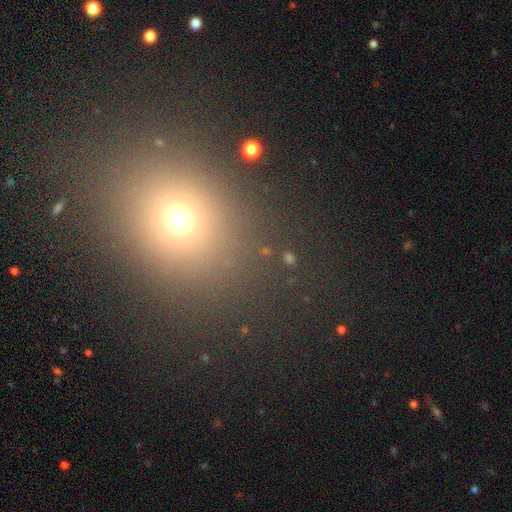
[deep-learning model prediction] This is likely a smooth galaxy (61%). How rounded: likely round (69%). Merging: clearly none (84%).